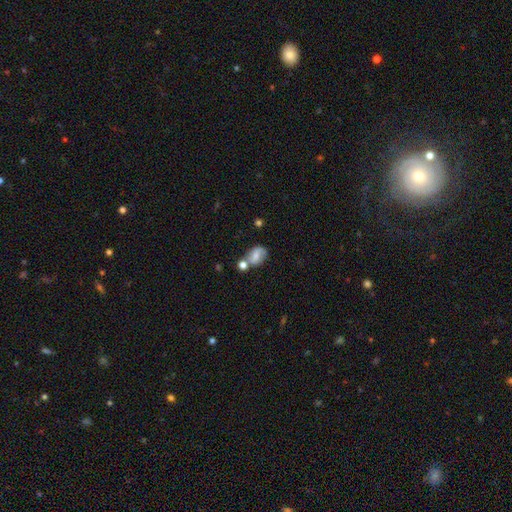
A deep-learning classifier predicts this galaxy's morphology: smooth_or_featured: smooth (p=0.46) [alt: featured or disk p=0.44]
merging: none (p=0.52) [alt: merger p=0.23]